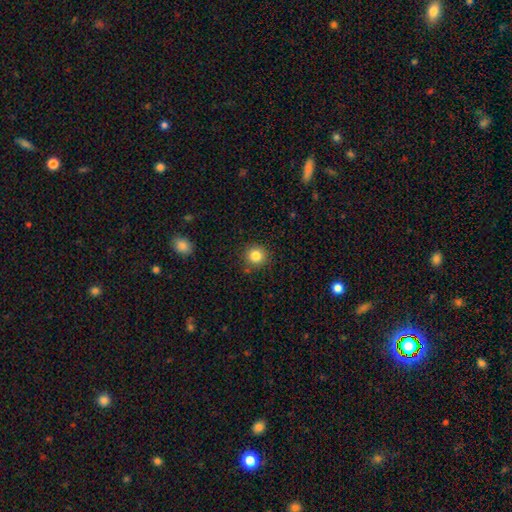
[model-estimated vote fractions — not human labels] Smooth or featured? smooth (83%)
How rounded? round (93%)
Merging? none (88%)